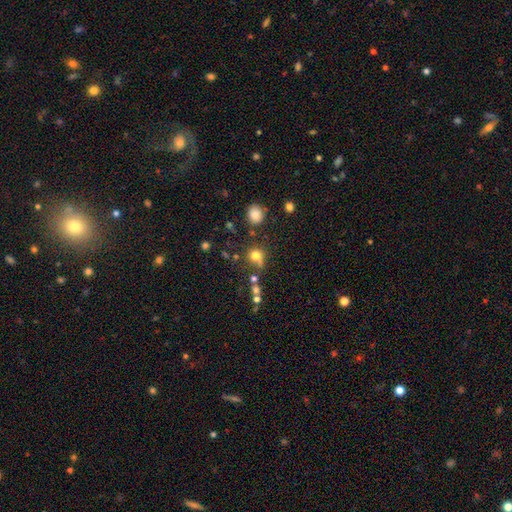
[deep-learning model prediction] Smooth or featured: smooth — 74% (star or artifact — 17%)
How rounded: round — 89% (in between — 10%)
Merging: none — 59% (merger — 17%)